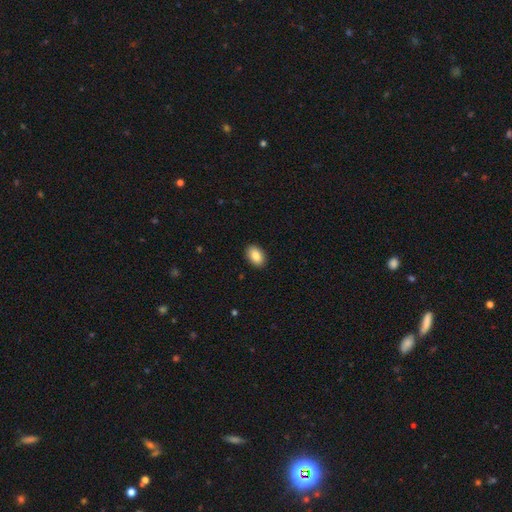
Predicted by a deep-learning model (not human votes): smooth 86%, star or artifact 7%, featured or disk 6%. Down the decision tree: how rounded — in between (89%); merging — none (90%).